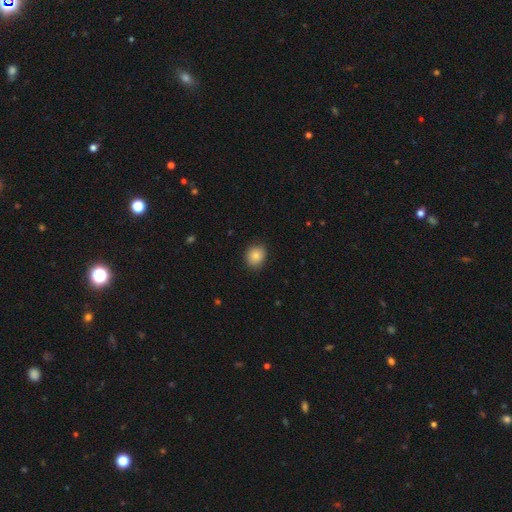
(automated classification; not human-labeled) This appears to be a smooth galaxy with no disk features (85%) that is round (76%). Merging: none (87%).